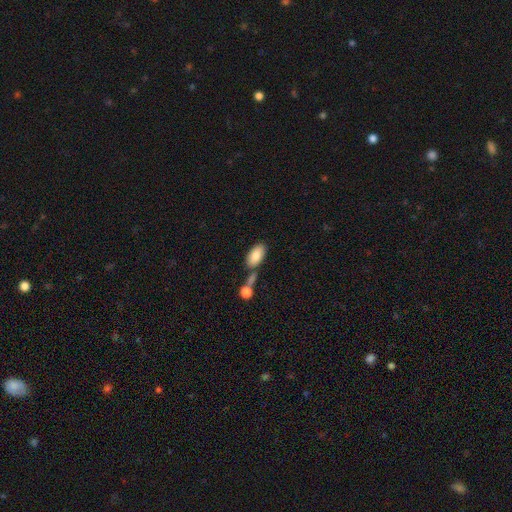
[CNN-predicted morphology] smooth-or-featured: smooth: 83% | featured or disk: 11% | star or artifact: 7%
  how-rounded: in between: 93% | cigar-shaped: 4% | round: 3%
  merging: none: 56% | merger: 26% | minor disturbance: 13% | major disturbance: 5%